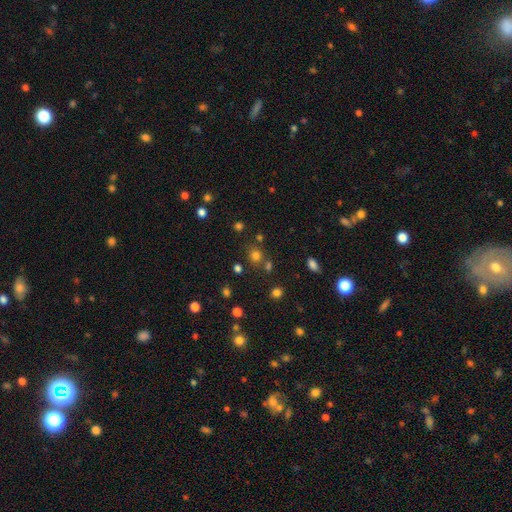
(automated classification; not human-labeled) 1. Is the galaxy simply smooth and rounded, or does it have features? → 72% smooth, 21% star or artifact, 7% featured or disk.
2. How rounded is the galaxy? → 81% round, 18% in between, 1% cigar-shaped.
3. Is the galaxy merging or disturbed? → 73% none, 13% merger, 10% minor disturbance, 4% major disturbance.